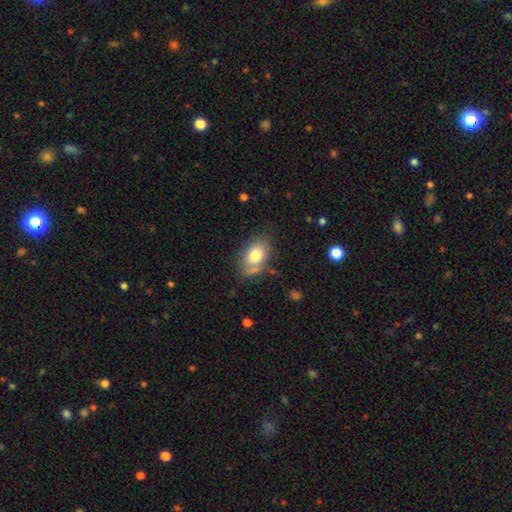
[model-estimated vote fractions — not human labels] A smooth galaxy with no disk features (76%) that is in between round and cigar-shaped (86%).

Vote fractions:
- Smooth or featured? smooth: 76% / featured or disk: 16% / star or artifact: 8%
- How rounded? in between: 86% / round: 13% / cigar-shaped: 2%
- Merging? none: 65% / minor disturbance: 21% / merger: 8% / major disturbance: 6%